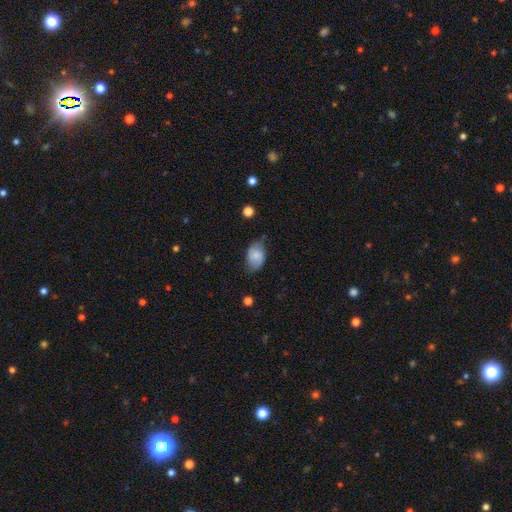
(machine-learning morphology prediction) The model was most divided on "merging": none: 62%, minor disturbance: 29%, major disturbance: 7%, merger: 2%. More confident: how rounded — in between (85%); smooth or featured — smooth (67%).